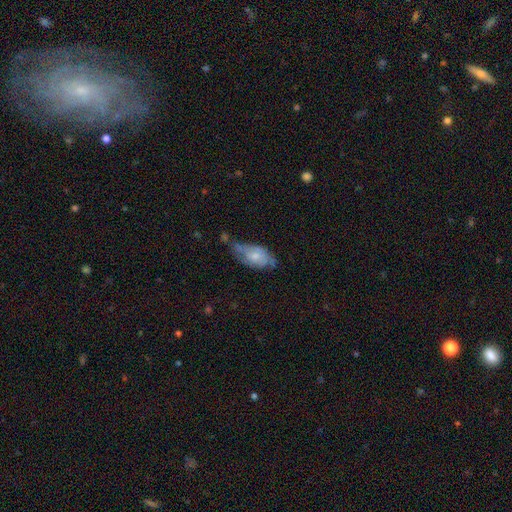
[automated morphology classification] Q: Smooth or featured?
A: smooth (50%); runner-up: featured or disk (42%)
Q: How rounded?
A: in between (90%); runner-up: round (5%)
Q: Merging?
A: minor disturbance (36%); runner-up: none (33%)